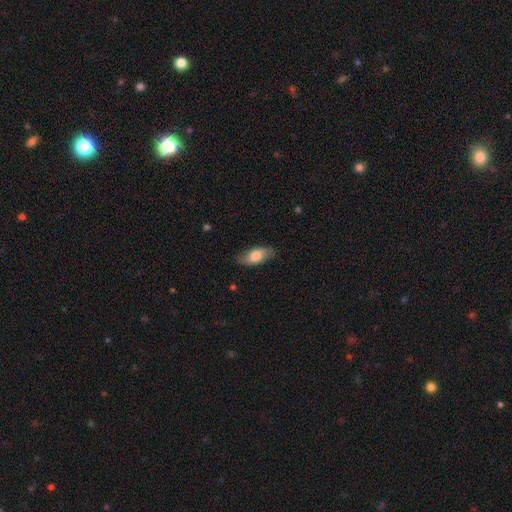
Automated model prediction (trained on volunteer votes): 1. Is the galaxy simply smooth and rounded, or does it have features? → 70% smooth, 24% featured or disk, 6% star or artifact.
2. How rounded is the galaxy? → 82% in between, 15% cigar-shaped, 4% round.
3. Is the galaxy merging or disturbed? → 81% none, 15% minor disturbance, 3% major disturbance, 1% merger.